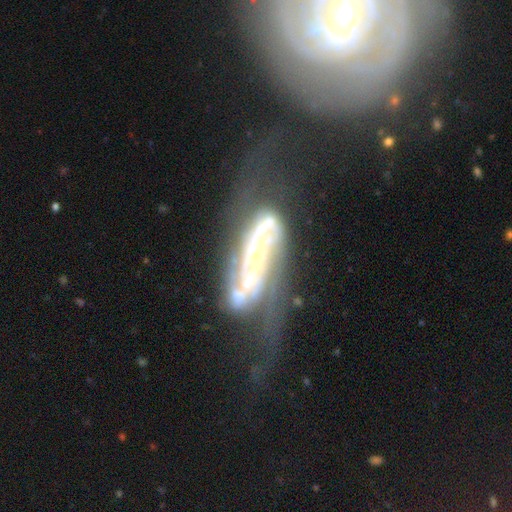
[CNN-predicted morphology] Q: Smooth or featured?
A: featured or disk (81%); runner-up: smooth (11%)
Q: Edge-on disk?
A: no (88%); runner-up: yes (12%)
Q: Bar?
A: no (54%); runner-up: weak (26%)
Q: Spiral arms?
A: yes (80%); runner-up: no (20%)
Q: Spiral winding?
A: medium (38%); runner-up: tight (32%)
Q: Spiral arm count?
A: 2 (45%); runner-up: can't tell (32%)
Q: Bulge size?
A: small (58%); runner-up: moderate (26%)
Q: Merging?
A: major disturbance (40%); runner-up: none (24%)